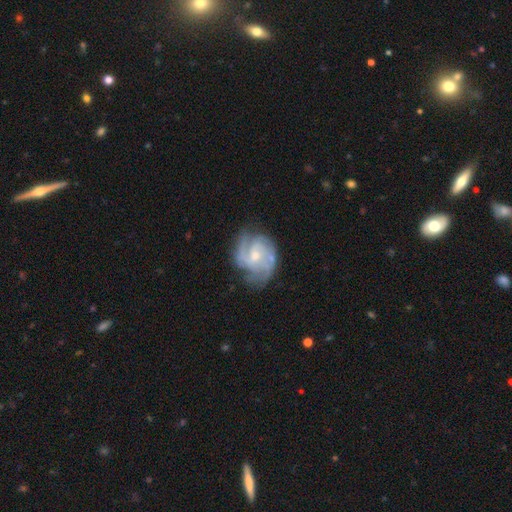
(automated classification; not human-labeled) smooth_or_featured: featured or disk (p=0.85) [alt: smooth p=0.10]
disk_edge_on: no (p=0.98) [alt: yes p=0.02]
bar: no (p=0.54) [alt: weak p=0.39]
has_spiral_arms: yes (p=0.95) [alt: no p=0.05]
spiral_winding: medium (p=0.44) [tied with: tight p=0.44]
spiral_arm_count: 2 (p=0.45) [alt: 3 p=0.23]
bulge_size: small (p=0.53) [alt: moderate p=0.42]
merging: none (p=0.63) [alt: minor disturbance p=0.23]